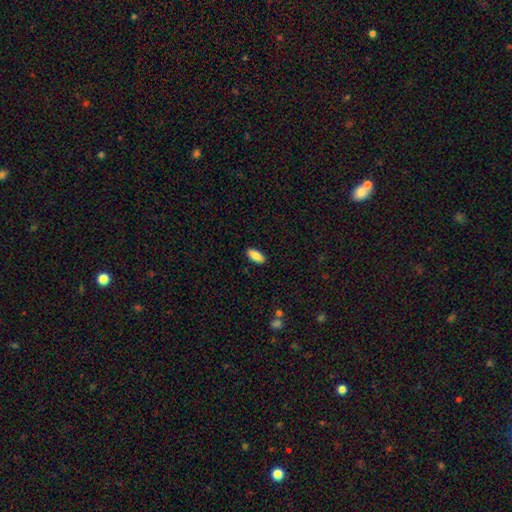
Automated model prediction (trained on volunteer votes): This is clearly a smooth galaxy (87%). How rounded: clearly in between (86%). Merging: clearly none (89%).